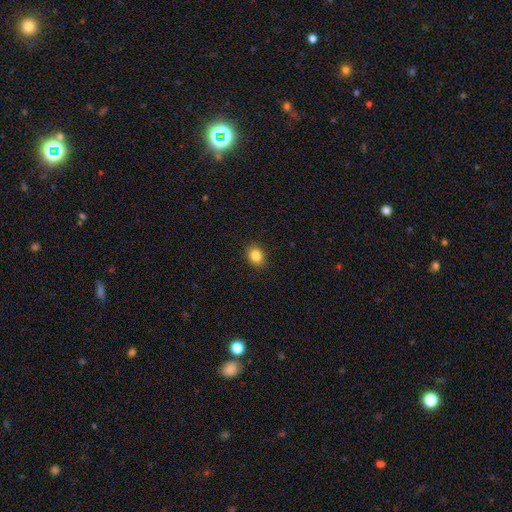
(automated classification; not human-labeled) Smooth or featured? smooth (85%)
How rounded? in between (54%)
Merging? none (90%)